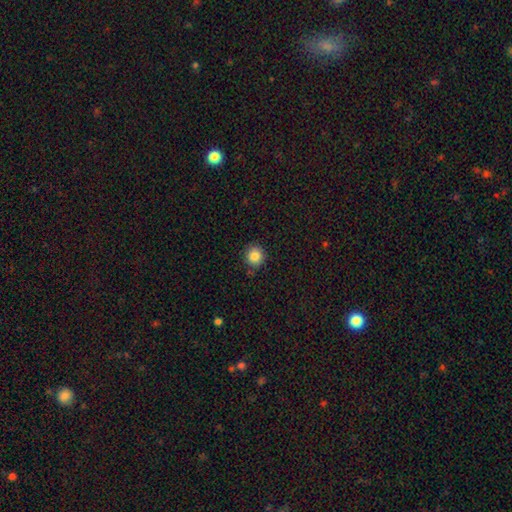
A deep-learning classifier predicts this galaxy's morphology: A smooth galaxy with no disk features (85%) that is round (91%). Merging: none (86%).